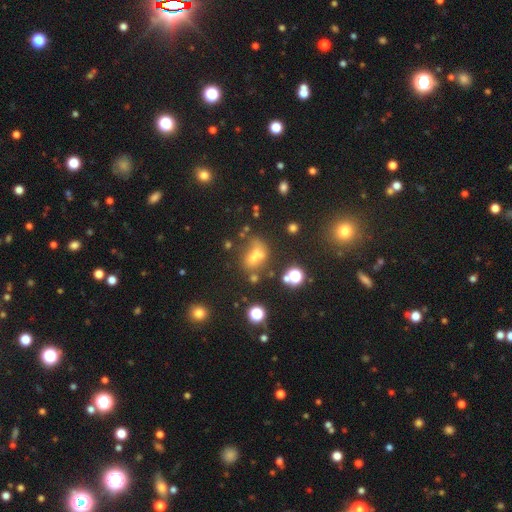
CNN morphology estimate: Smooth or featured: smooth — 47% (star or artifact — 29%)
Merging: merger — 40% (none — 34%)